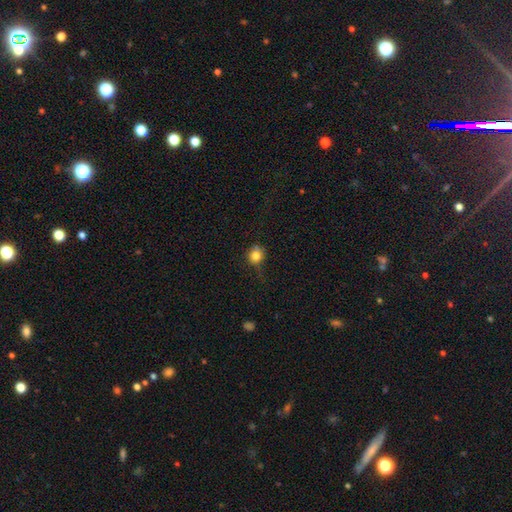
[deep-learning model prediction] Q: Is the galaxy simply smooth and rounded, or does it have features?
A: smooth — 81%.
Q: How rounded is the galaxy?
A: round — 81%.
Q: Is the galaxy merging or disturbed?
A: none — 62%.